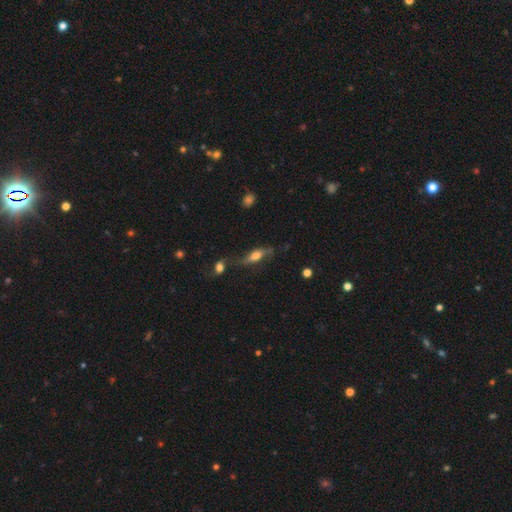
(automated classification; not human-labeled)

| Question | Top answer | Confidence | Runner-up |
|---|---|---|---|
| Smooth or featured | smooth | 50% | featured or disk (41%) |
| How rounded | in between | 57% | cigar-shaped (39%) |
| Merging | none | 46% | minor disturbance (21%) |